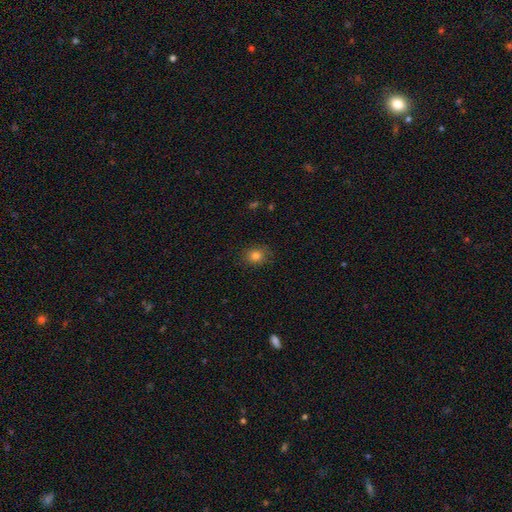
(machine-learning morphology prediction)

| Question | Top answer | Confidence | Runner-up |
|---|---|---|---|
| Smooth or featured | smooth | 81% | star or artifact (13%) |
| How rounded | round | 76% | in between (23%) |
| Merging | none | 85% | minor disturbance (11%) |